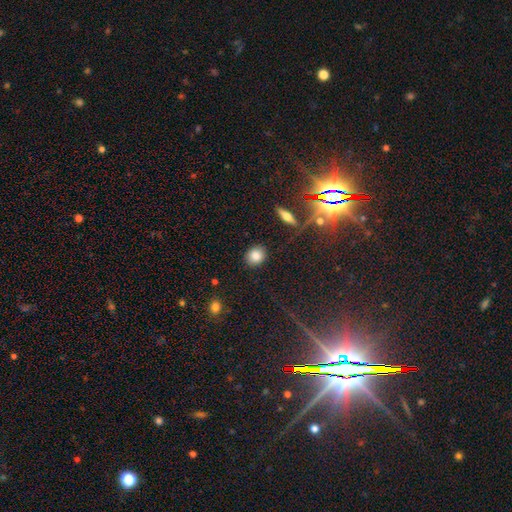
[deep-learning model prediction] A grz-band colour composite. It shows a smooth galaxy with no disk features (83%) that is round (71%). Merging: none (89%).